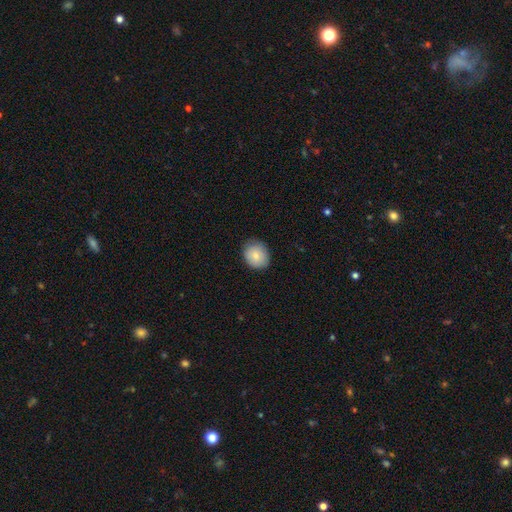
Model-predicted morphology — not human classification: Smooth or featured? smooth (81%)
How rounded? round (66%)
Merging? none (81%)